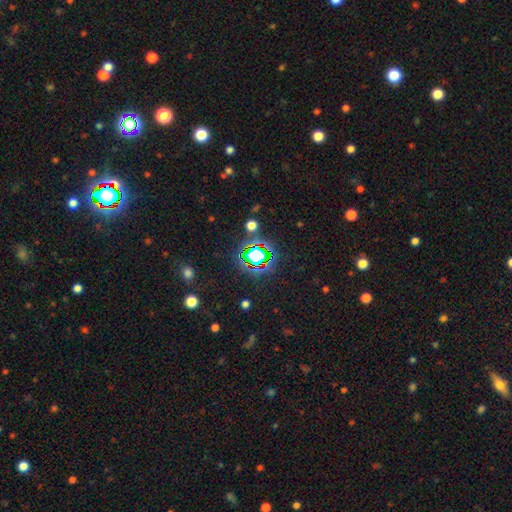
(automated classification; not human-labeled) Overall: star or artifact (67%).